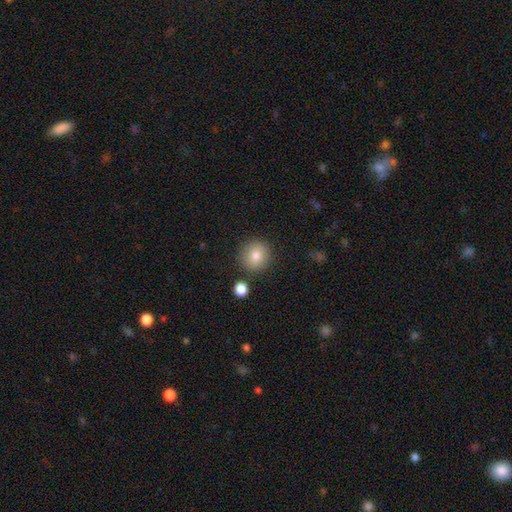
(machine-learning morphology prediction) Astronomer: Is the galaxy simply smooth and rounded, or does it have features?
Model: smooth — 83%.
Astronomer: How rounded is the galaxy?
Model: round — 93%.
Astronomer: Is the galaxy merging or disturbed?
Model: none — 87%.